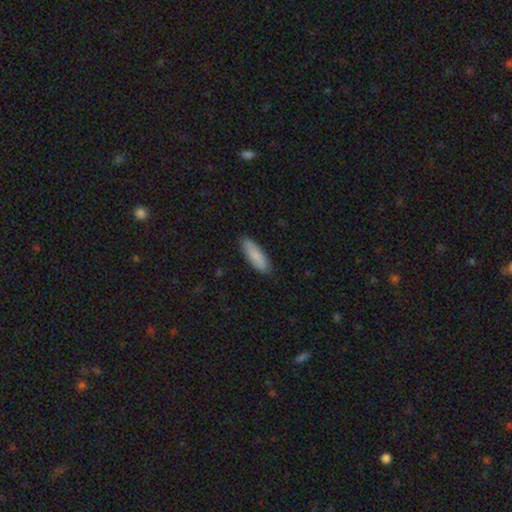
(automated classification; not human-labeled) Smooth or featured? smooth (86%)
How rounded? in between (54%)
Merging? none (86%)